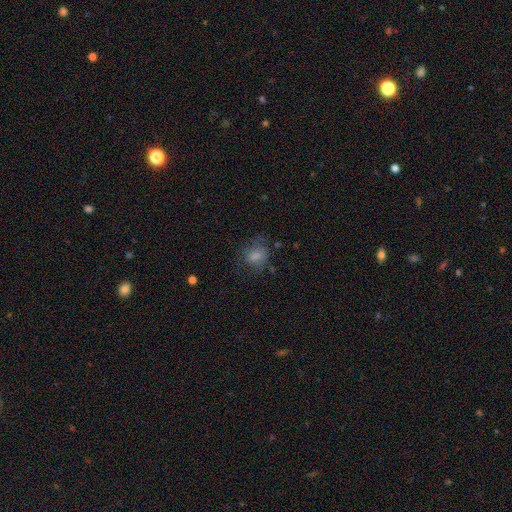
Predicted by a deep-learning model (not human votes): A smooth galaxy with no disk features (73%) that is round (57%).

Vote fractions:
- Smooth or featured? smooth: 73% / featured or disk: 16% / star or artifact: 11%
- How rounded? round: 57% / in between: 42% / cigar-shaped: 1%
- Merging? none: 55% / minor disturbance: 24% / major disturbance: 19% / merger: 2%